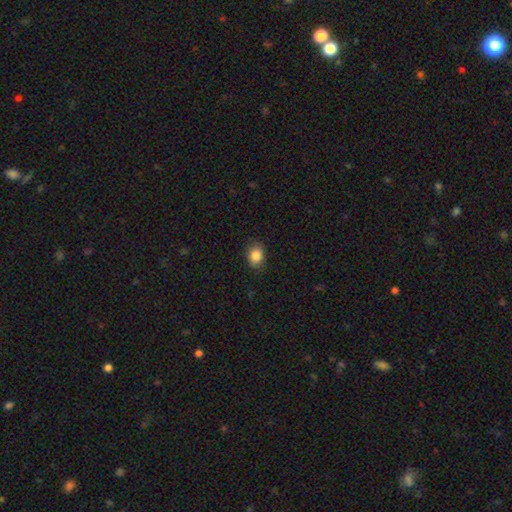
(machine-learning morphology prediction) This appears to be a smooth galaxy with no disk features (86%) that is in between round and cigar-shaped (63%). Merging: none (84%).